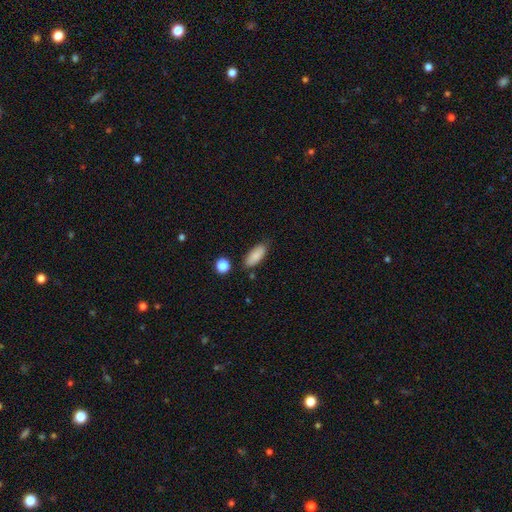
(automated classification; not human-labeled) The model was most divided on "how rounded": in between: 78%, cigar-shaped: 19%, round: 2%. More confident: smooth or featured — smooth (87%); merging — none (80%).